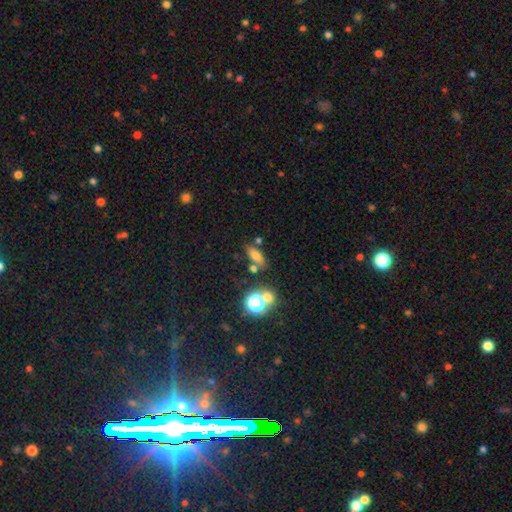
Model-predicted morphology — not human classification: A smooth galaxy with no disk features (67%) that is in between round and cigar-shaped (61%).

Vote fractions:
- Smooth or featured? smooth: 67% / star or artifact: 17% / featured or disk: 15%
- How rounded? in between: 61% / cigar-shaped: 25% / round: 14%
- Merging? none: 69% / merger: 14% / minor disturbance: 13% / major disturbance: 5%